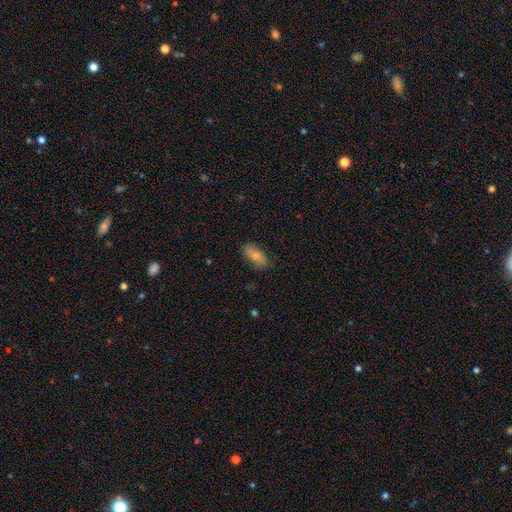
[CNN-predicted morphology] Smooth or featured: smooth — 79% (featured or disk — 14%)
How rounded: in between — 87% (cigar-shaped — 10%)
Merging: none — 77% (minor disturbance — 18%)